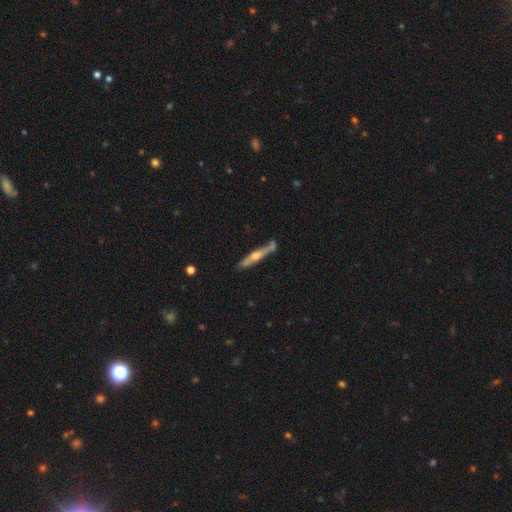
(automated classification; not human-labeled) Q: Smooth or featured?
A: featured or disk (67%); runner-up: smooth (27%)
Q: Edge-on disk?
A: yes (93%); runner-up: no (7%)
Q: Edge-on bulge?
A: rounded (85%); runner-up: none (10%)
Q: Merging?
A: none (76%); runner-up: minor disturbance (15%)